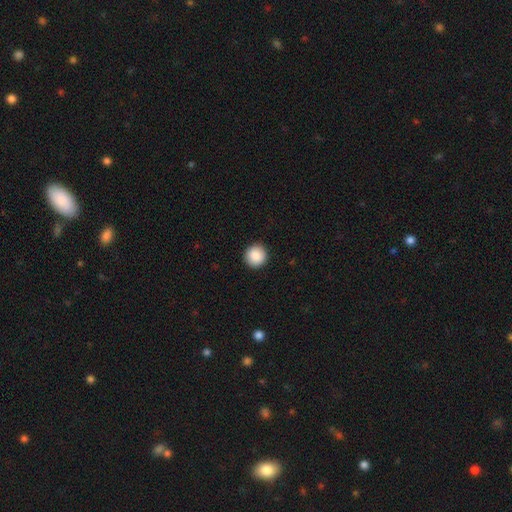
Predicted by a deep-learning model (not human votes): Overall: smooth (89%). How rounded: round (95%). Merging: none (93%).